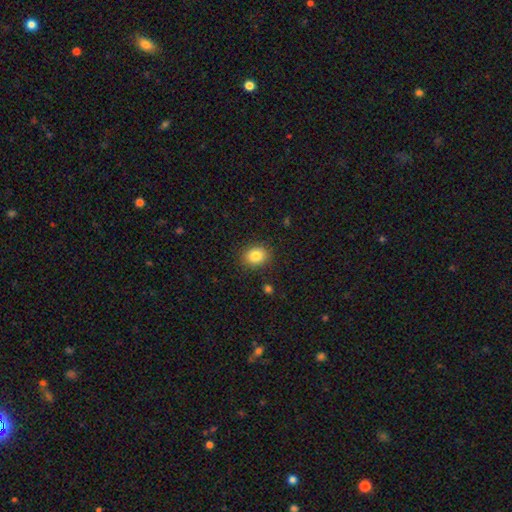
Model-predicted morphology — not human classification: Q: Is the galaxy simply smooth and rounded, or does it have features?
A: smooth — 84%.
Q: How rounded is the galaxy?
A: round — 58%.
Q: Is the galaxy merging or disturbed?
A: none — 88%.